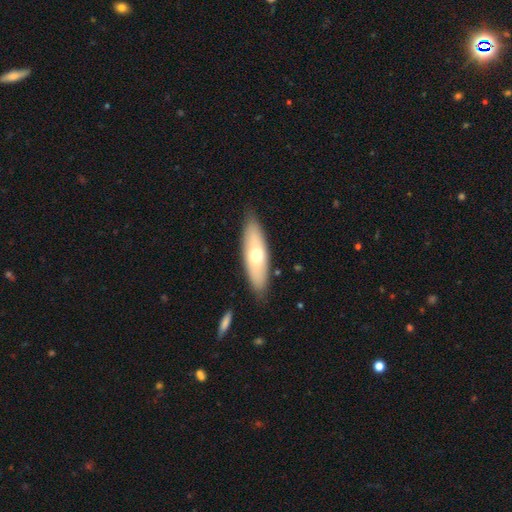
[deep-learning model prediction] The model was most divided on "how rounded": in between: 54%, cigar-shaped: 44%, round: 2%. More confident: merging — none (84%); smooth or featured — smooth (59%).